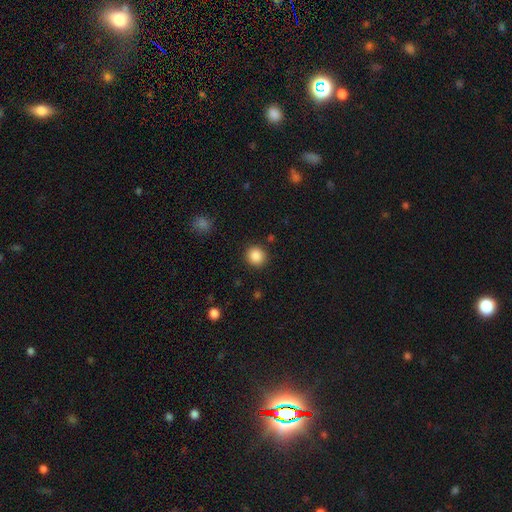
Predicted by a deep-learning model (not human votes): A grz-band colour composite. It shows a smooth galaxy with no disk features (88%) that is round (90%). Merging: none (90%).